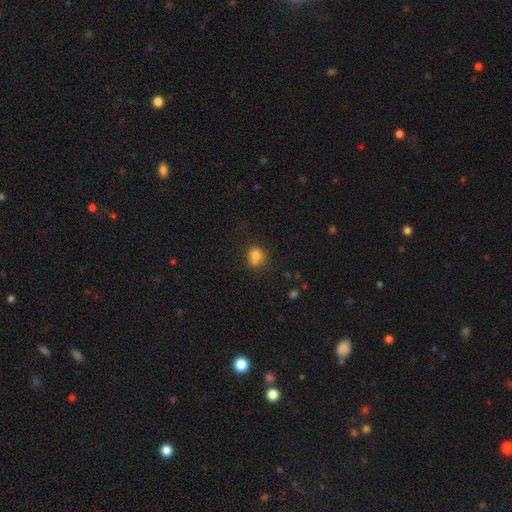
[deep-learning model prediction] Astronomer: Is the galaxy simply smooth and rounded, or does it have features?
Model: smooth — 78%.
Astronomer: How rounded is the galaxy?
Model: round — 71%.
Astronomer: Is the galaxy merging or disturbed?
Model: none — 50% (runner-up: merger, 26%).